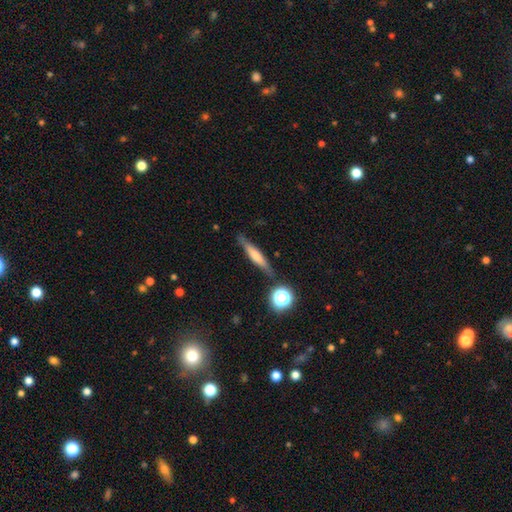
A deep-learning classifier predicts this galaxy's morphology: This is possibly a smooth galaxy (48%). Merging: clearly none (81%).